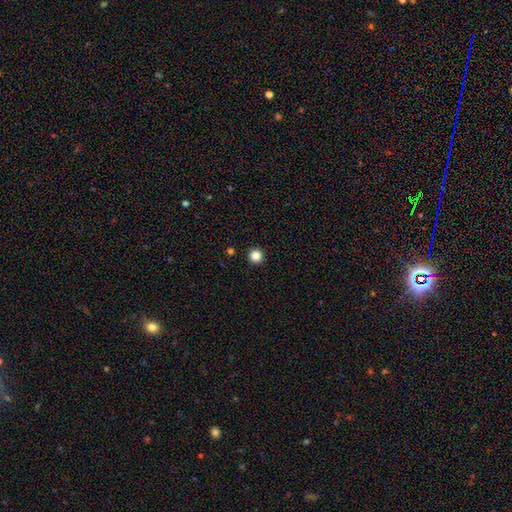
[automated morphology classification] Smooth or featured? smooth (85%)
How rounded? round (96%)
Merging? none (94%)